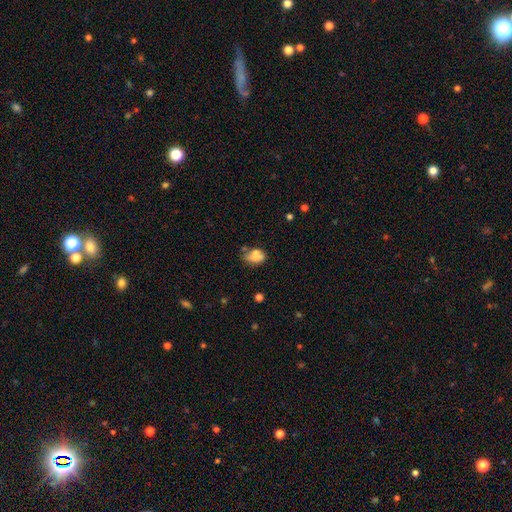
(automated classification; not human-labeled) This appears to be a smooth galaxy with no disk features (68%) that is in between round and cigar-shaped (79%). Merging: none (38%).